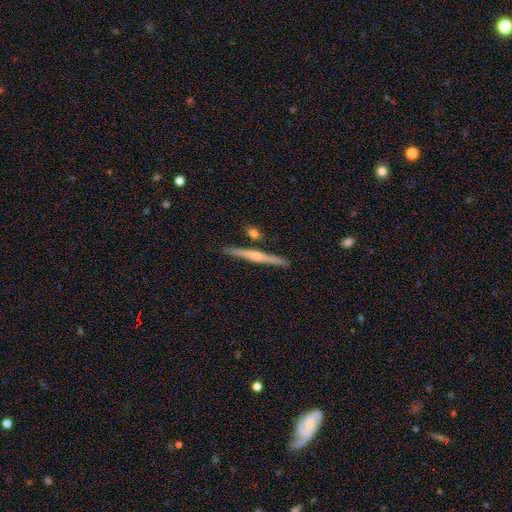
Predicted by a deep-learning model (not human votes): A featured or disk galaxy (65%) viewed edge-on (98%) with a rounded central bulge (59%).

Vote fractions:
- Smooth or featured? featured or disk: 65% / smooth: 29% / star or artifact: 6%
- Edge-on disk? yes: 98% / no: 2%
- Edge-on bulge? rounded: 59% / none: 30% / boxy: 11%
- Merging? none: 87% / minor disturbance: 7% / merger: 4% / major disturbance: 2%